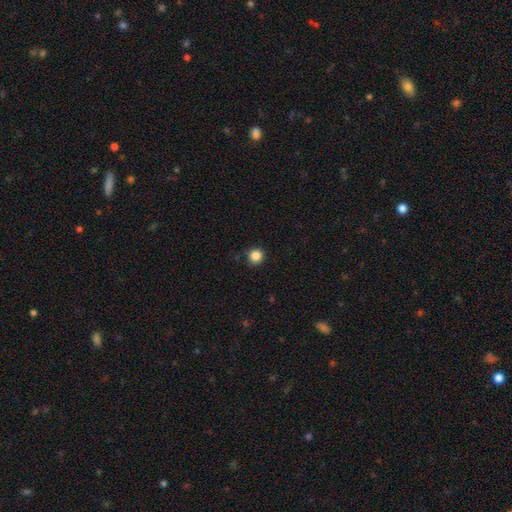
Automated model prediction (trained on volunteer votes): Smooth or featured: smooth — 85% (star or artifact — 11%)
How rounded: round — 93% (in between — 6%)
Merging: none — 90% (minor disturbance — 7%)